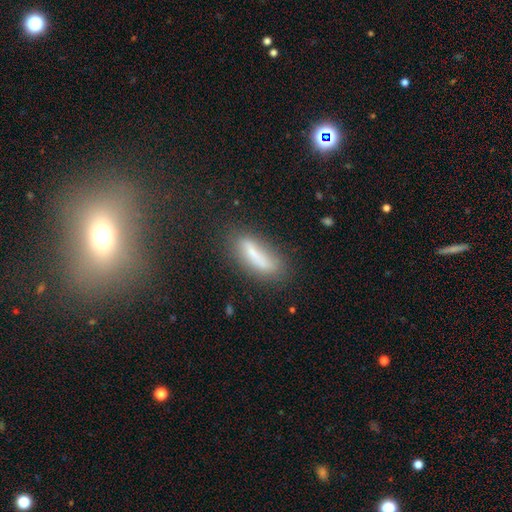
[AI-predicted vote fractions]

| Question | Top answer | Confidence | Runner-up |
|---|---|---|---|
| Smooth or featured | smooth | 65% | featured or disk (25%) |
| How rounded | cigar-shaped | 63% | in between (35%) |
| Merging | none | 64% | minor disturbance (22%) |